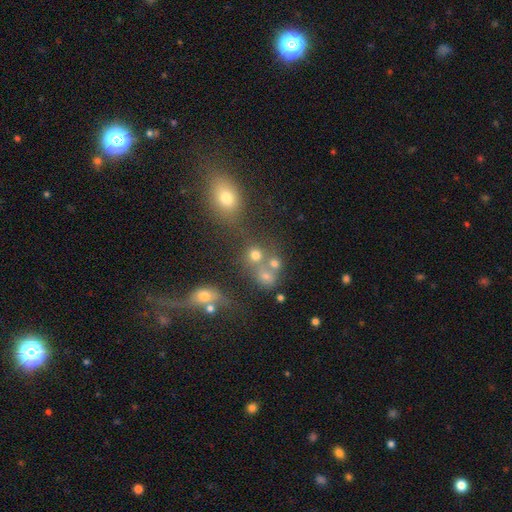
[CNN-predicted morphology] Smooth or featured? Predicted: smooth (p=0.63). How rounded? Predicted: round (p=0.71). Merging? Predicted: merger (p=0.42).